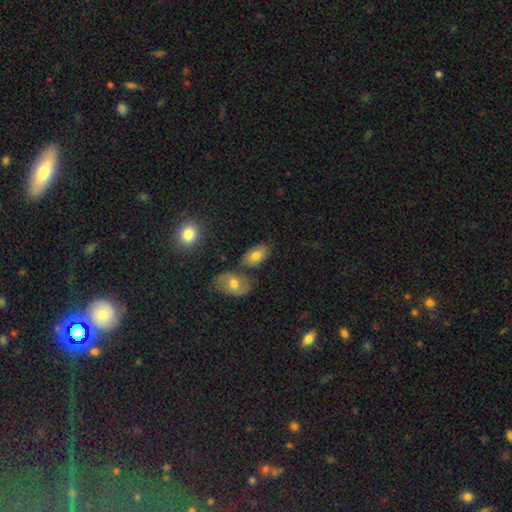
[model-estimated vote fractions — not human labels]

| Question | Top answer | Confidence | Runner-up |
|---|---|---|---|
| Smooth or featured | smooth | 73% | featured or disk (18%) |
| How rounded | in between | 92% | round (6%) |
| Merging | none | 63% | minor disturbance (16%) |